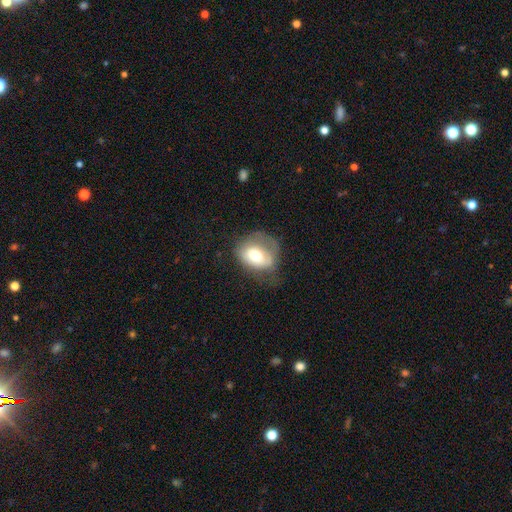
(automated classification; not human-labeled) A smooth galaxy with no disk features (61%) that is in between round and cigar-shaped (62%). Merging: none (41%).